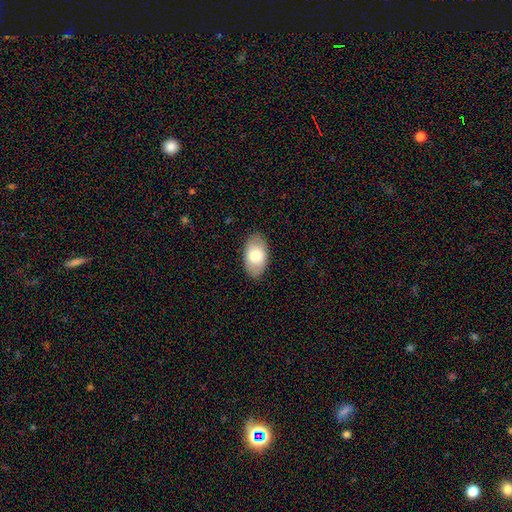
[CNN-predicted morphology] A smooth galaxy with no disk features (73%) that is in between round and cigar-shaped (93%). Merging: none (86%).